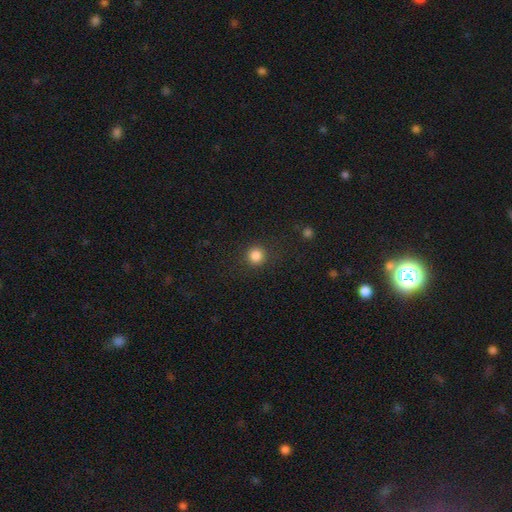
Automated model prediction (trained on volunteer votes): A smooth galaxy with no disk features (85%) that is round (93%).

Vote fractions:
- Smooth or featured? smooth: 85% / star or artifact: 11% / featured or disk: 4%
- How rounded? round: 93% / in between: 6% / cigar-shaped: 1%
- Merging? none: 89% / minor disturbance: 6% / major disturbance: 3% / merger: 1%